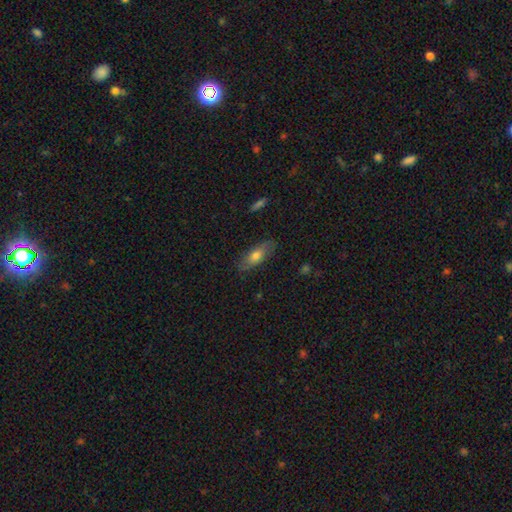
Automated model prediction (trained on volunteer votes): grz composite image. It shows a smooth galaxy with no disk features (68%) that is in between round and cigar-shaped (64%). Merging: none (83%).